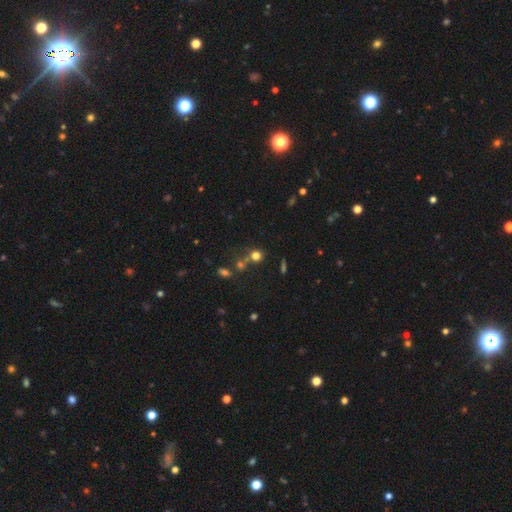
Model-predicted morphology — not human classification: Smooth or featured? smooth (67%)
How rounded? round (86%)
Merging? none (59%)